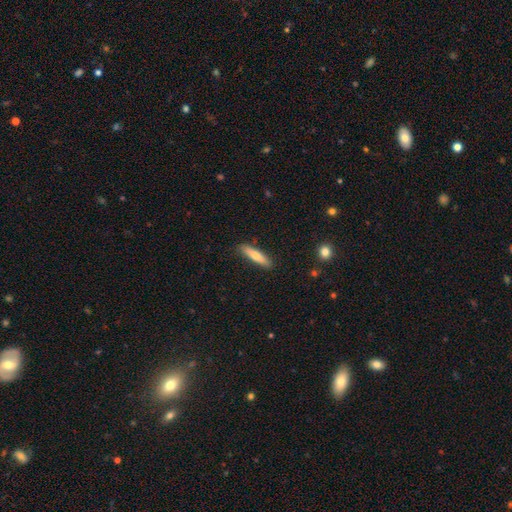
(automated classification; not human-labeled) Morphology: type=smooth (71%); roundness=cigar-shaped (79%); merging=none (87%).